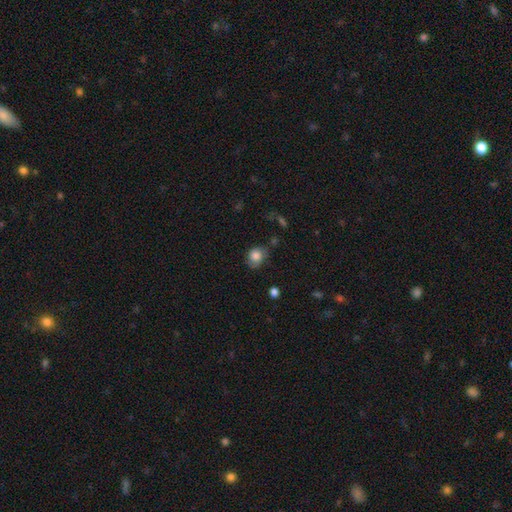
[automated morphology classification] The model was most divided on "how rounded": round: 62%, in between: 37%, cigar-shaped: 1%. More confident: smooth or featured — smooth (82%); merging — none (57%).